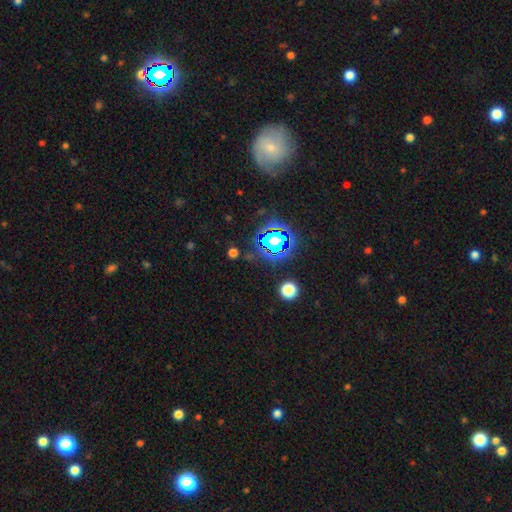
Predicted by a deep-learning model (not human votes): This appears to be a star or artifact, not a galaxy (71%).